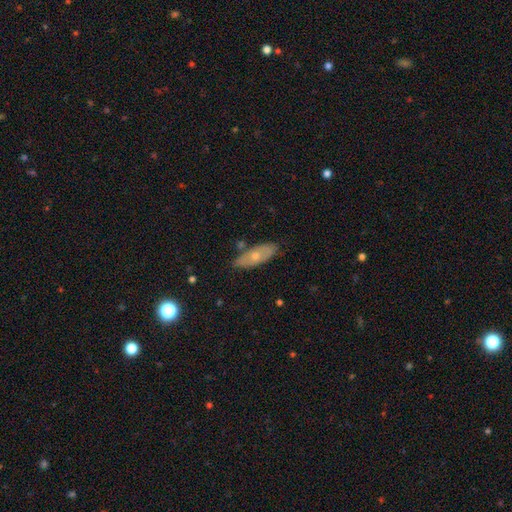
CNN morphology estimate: Smooth or featured?
  - smooth: 52% *
  - featured or disk: 41%
  - star or artifact: 7%
How rounded?
  - in between: 71% *
  - cigar-shaped: 26%
  - round: 3%
Merging?
  - none: 75% *
  - minor disturbance: 17%
  - merger: 4%
  - major disturbance: 3%